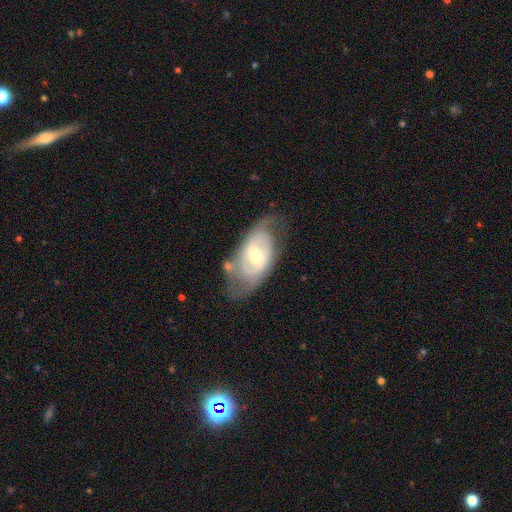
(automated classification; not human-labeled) Smooth or featured?
  - featured or disk: 72% *
  - smooth: 22%
  - star or artifact: 6%
Edge-on disk?
  - no: 93% *
  - yes: 7%
Bar?
  - weak: 44% *
  - no: 37%
  - strong: 19%
Spiral arms?
  - yes: 70% *
  - no: 30%
Bulge size?
  - moderate: 55% *
  - small: 40%
  - large: 3%
  - none: 1%
  - dominant: 1%
Merging?
  - none: 53% *
  - minor disturbance: 25%
  - major disturbance: 16%
  - merger: 6%